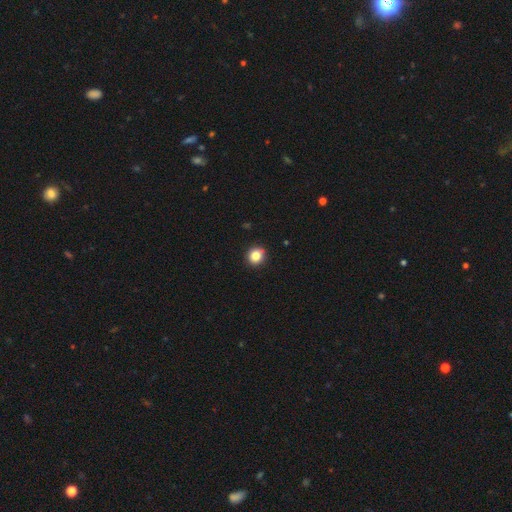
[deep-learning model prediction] Smooth or featured? Predicted: smooth (p=0.84). How rounded? Predicted: round (p=0.81). Merging? Predicted: none (p=0.87).